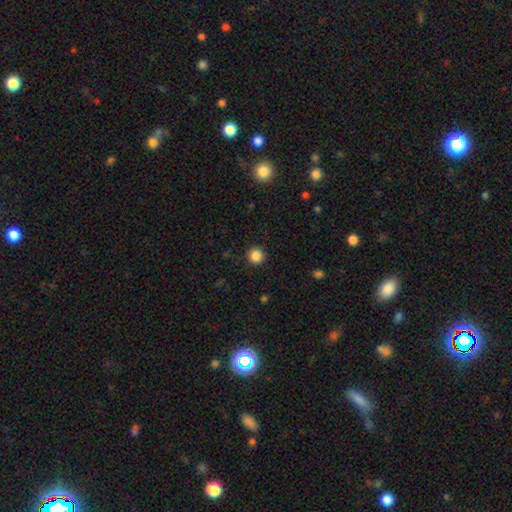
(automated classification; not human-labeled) Smooth or featured: smooth — 85% (star or artifact — 11%)
How rounded: round — 95% (in between — 4%)
Merging: none — 92% (minor disturbance — 5%)